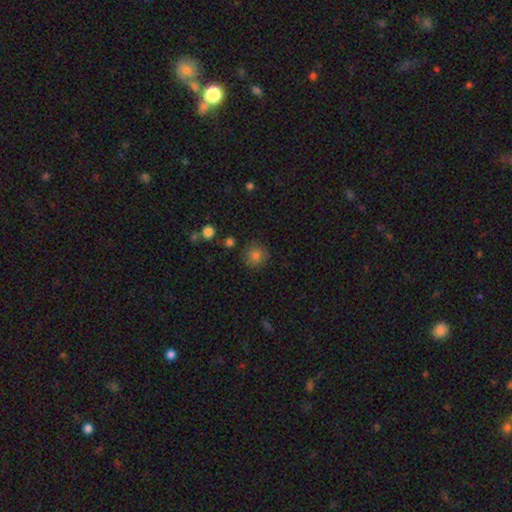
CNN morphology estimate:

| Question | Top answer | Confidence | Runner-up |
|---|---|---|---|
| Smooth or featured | smooth | 81% | star or artifact (13%) |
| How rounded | round | 93% | in between (6%) |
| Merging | none | 87% | minor disturbance (8%) |